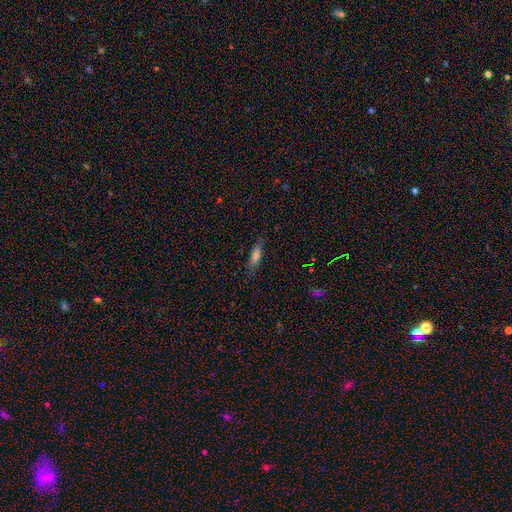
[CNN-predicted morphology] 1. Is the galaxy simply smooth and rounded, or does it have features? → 67% smooth, 22% featured or disk, 10% star or artifact.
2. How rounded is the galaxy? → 60% cigar-shaped, 38% in between, 3% round.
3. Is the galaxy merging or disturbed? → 80% none, 15% minor disturbance, 4% major disturbance, 1% merger.